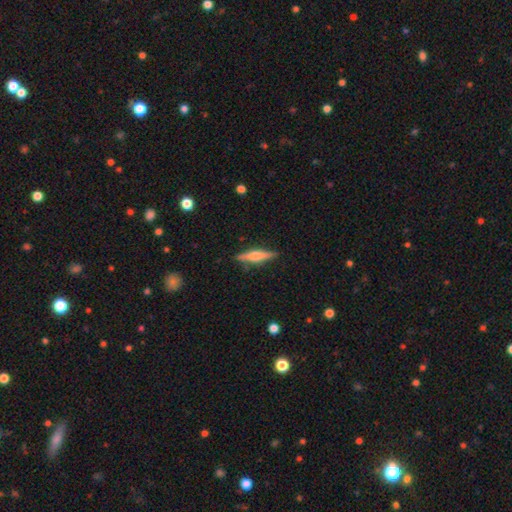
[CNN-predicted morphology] smooth-or-featured: featured or disk: 52% | smooth: 42% | star or artifact: 6%
  disk-edge-on: yes: 96% | no: 4%
    edge-on-bulge: rounded: 77% | boxy: 14% | none: 8%
  merging: none: 88% | minor disturbance: 9% | major disturbance: 2% | merger: 1%